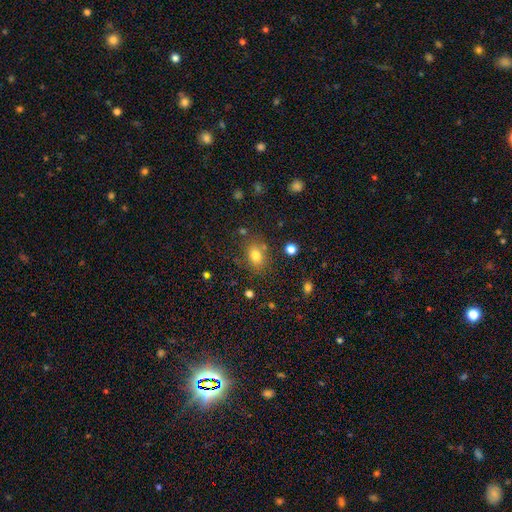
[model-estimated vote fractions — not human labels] Smooth or featured?
  - smooth: 78% *
  - star or artifact: 13%
  - featured or disk: 9%
How rounded?
  - in between: 65% *
  - round: 34%
  - cigar-shaped: 1%
Merging?
  - none: 74% *
  - minor disturbance: 15%
  - merger: 7%
  - major disturbance: 5%